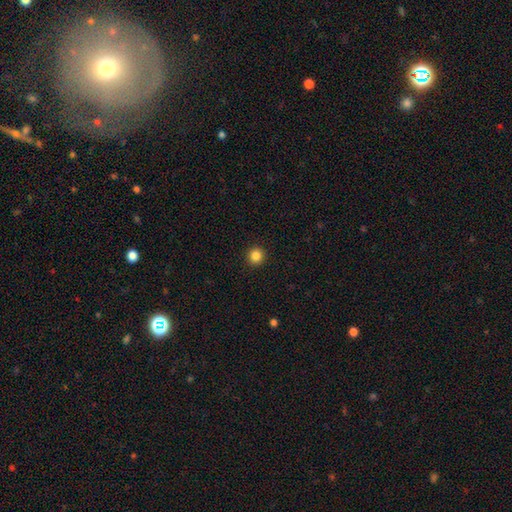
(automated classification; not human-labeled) Smooth or featured? Predicted: smooth (p=0.85). How rounded? Predicted: round (p=0.95). Merging? Predicted: none (p=0.93).